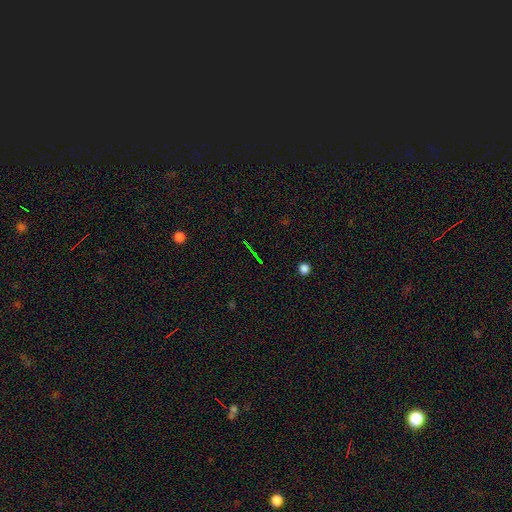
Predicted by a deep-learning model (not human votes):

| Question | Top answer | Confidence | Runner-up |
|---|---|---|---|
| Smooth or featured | star or artifact | 68% | smooth (17%) |